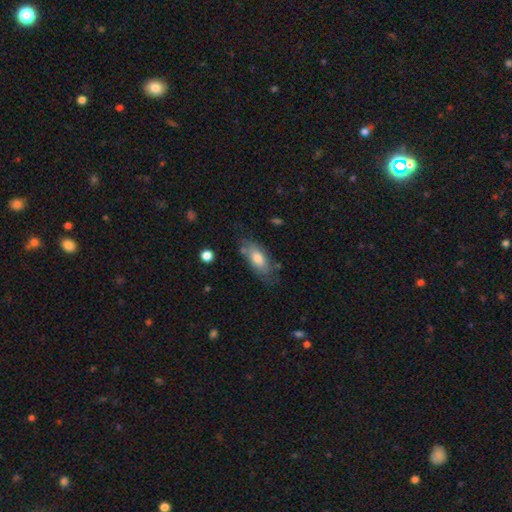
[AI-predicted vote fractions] Smooth or featured? Predicted: smooth (p=0.66). How rounded? Predicted: in between (p=0.80). Merging? Predicted: none (p=0.71).